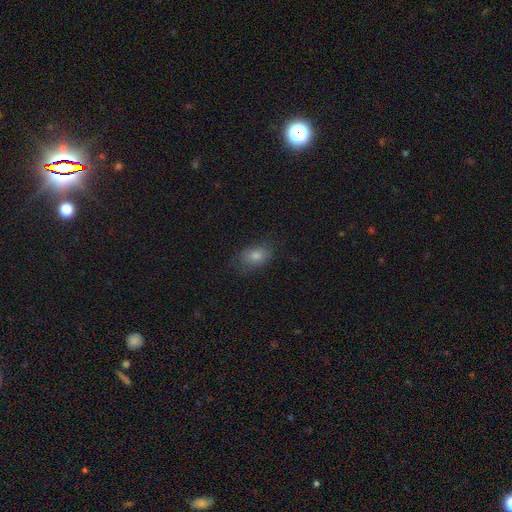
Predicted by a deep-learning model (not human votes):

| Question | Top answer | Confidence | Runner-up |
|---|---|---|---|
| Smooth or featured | smooth | 76% | star or artifact (13%) |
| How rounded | in between | 79% | round (19%) |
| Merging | none | 78% | minor disturbance (17%) |